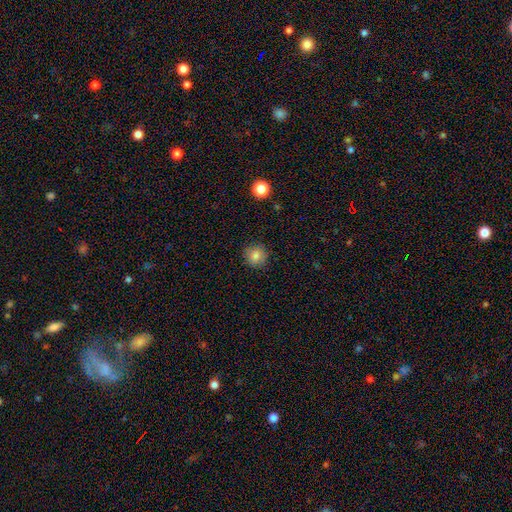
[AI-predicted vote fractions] Smooth or featured? smooth (81%)
How rounded? round (93%)
Merging? none (89%)